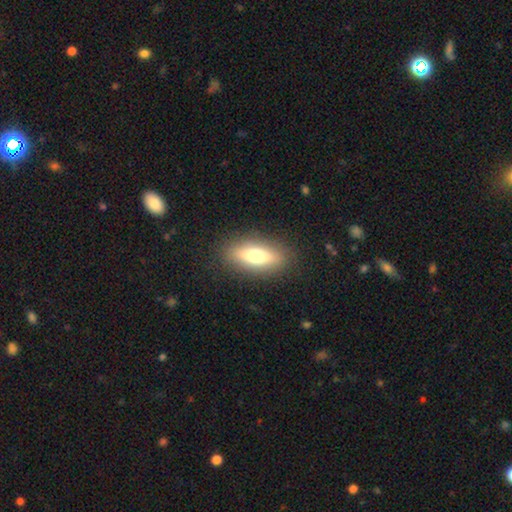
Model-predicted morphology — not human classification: A smooth galaxy with no disk features (68%) that is in between round and cigar-shaped (68%).

Vote fractions:
- Smooth or featured? smooth: 68% / featured or disk: 25% / star or artifact: 7%
- How rounded? in between: 68% / cigar-shaped: 28% / round: 4%
- Merging? none: 87% / minor disturbance: 9% / major disturbance: 3% / merger: 1%